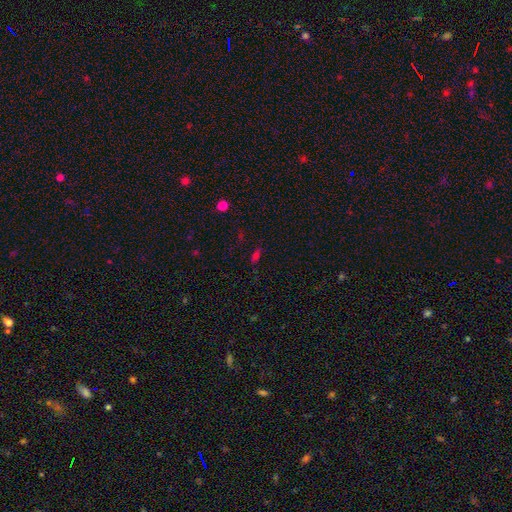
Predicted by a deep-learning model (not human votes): A smooth galaxy with no disk features (52%) that is in between round and cigar-shaped (62%). Merging: none (74%).